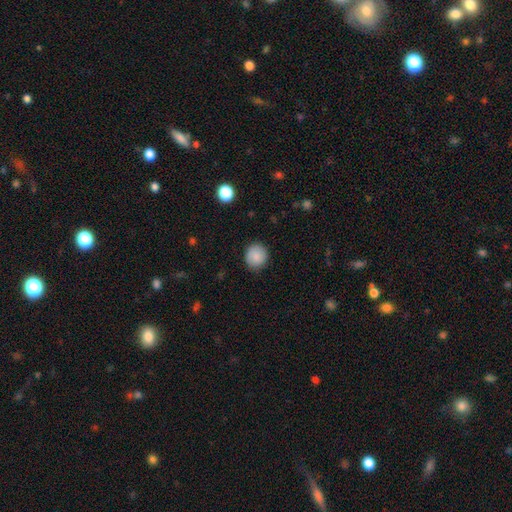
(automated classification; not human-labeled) Morphology: type=smooth (86%); roundness=round (86%); merging=none (86%).